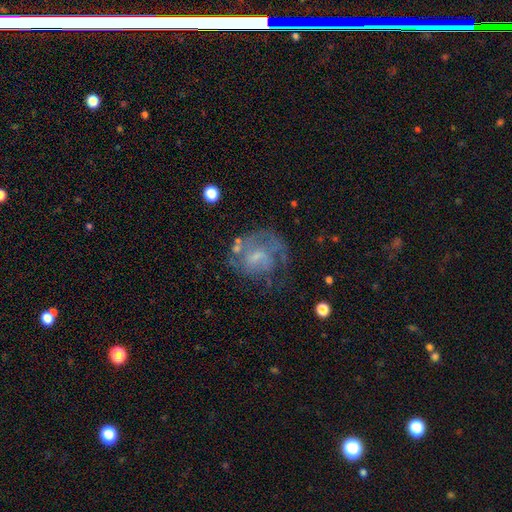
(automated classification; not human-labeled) Smooth or featured?
  - featured or disk: 65% *
  - smooth: 25%
  - star or artifact: 10%
Edge-on disk?
  - no: 98% *
  - yes: 2%
Bar?
  - no: 52% *
  - weak: 41%
  - strong: 7%
Spiral arms?
  - yes: 65% *
  - no: 35%
Bulge size?
  - small: 51% *
  - none: 25%
  - moderate: 20%
  - large: 2%
  - dominant: 1%
Merging?
  - none: 46% *
  - major disturbance: 27%
  - minor disturbance: 22%
  - merger: 5%